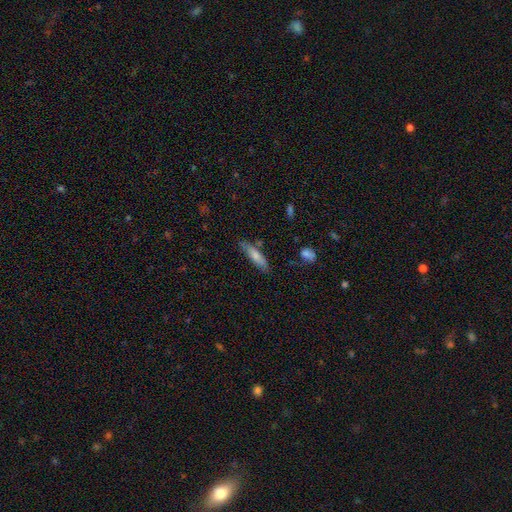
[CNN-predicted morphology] Smooth or featured: smooth — 70% (featured or disk — 24%)
How rounded: cigar-shaped — 70% (in between — 29%)
Merging: none — 72% (minor disturbance — 19%)